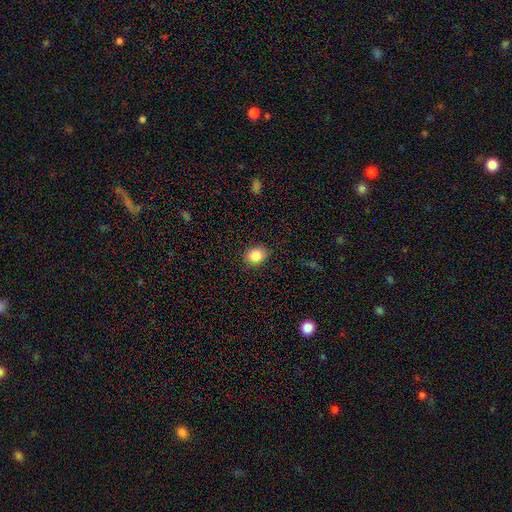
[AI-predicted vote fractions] The model was most divided on "how rounded": round: 57%, in between: 42%, cigar-shaped: 1%. More confident: merging — none (86%); smooth or featured — smooth (83%).